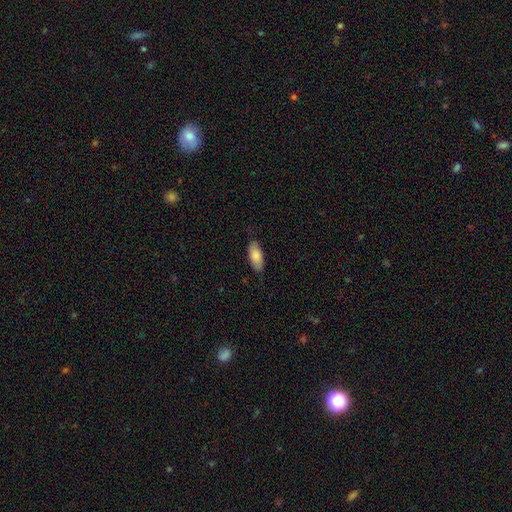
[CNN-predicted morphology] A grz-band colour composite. It shows a smooth galaxy with no disk features (86%) that is in between round and cigar-shaped (88%). Merging: none (82%).